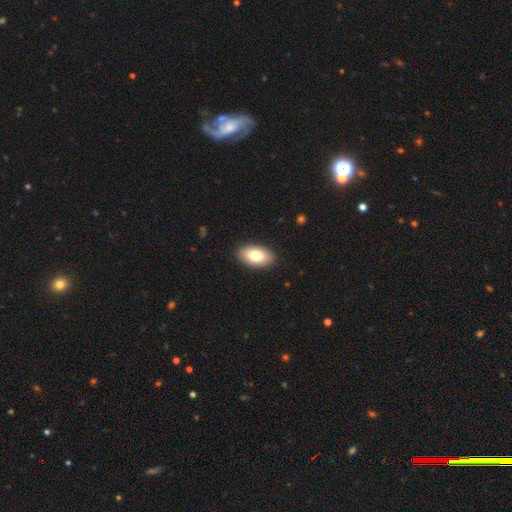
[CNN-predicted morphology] A smooth galaxy with no disk features (81%) that is in between round and cigar-shaped (95%). Merging: none (90%).